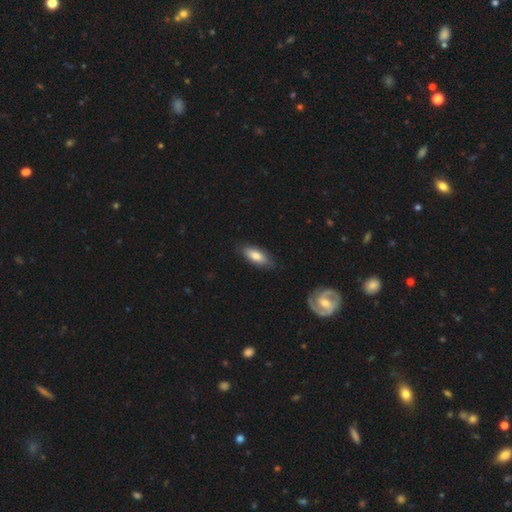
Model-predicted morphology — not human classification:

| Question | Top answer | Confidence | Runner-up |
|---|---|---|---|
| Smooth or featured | smooth | 75% | featured or disk (19%) |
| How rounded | in between | 76% | cigar-shaped (22%) |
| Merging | none | 80% | minor disturbance (16%) |